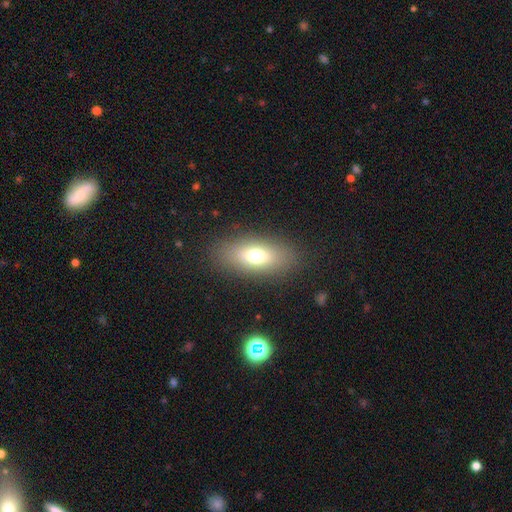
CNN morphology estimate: Smooth or featured: smooth — 71% (featured or disk — 18%)
How rounded: in between — 84% (cigar-shaped — 9%)
Merging: none — 85% (minor disturbance — 9%)